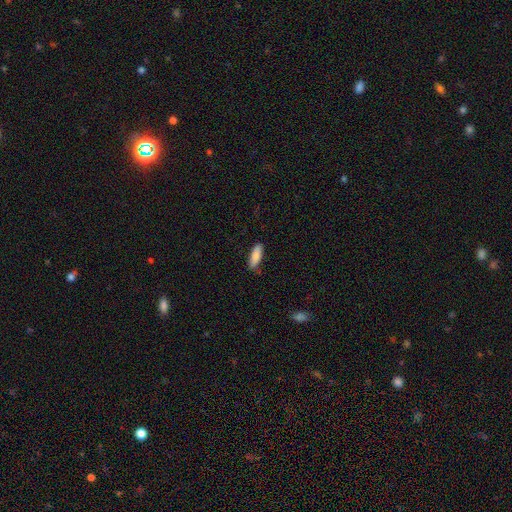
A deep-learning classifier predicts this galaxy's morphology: A smooth galaxy with no disk features (87%) that is in between round and cigar-shaped (60%).

Vote fractions:
- Smooth or featured? smooth: 87% / featured or disk: 7% / star or artifact: 6%
- How rounded? in between: 60% / cigar-shaped: 39% / round: 2%
- Merging? none: 84% / minor disturbance: 12% / major disturbance: 2% / merger: 1%